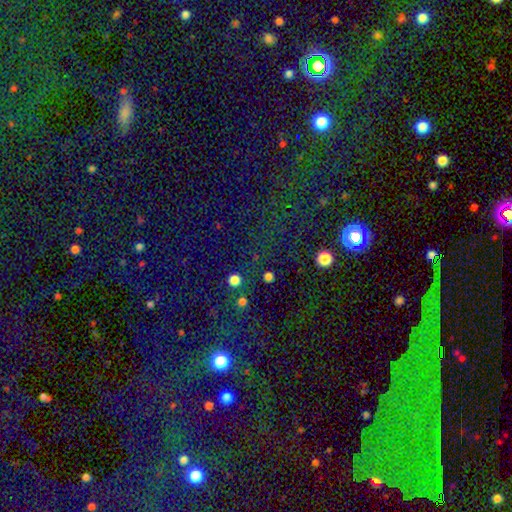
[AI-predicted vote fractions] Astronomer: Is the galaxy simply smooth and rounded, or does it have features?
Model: star or artifact — 72%.